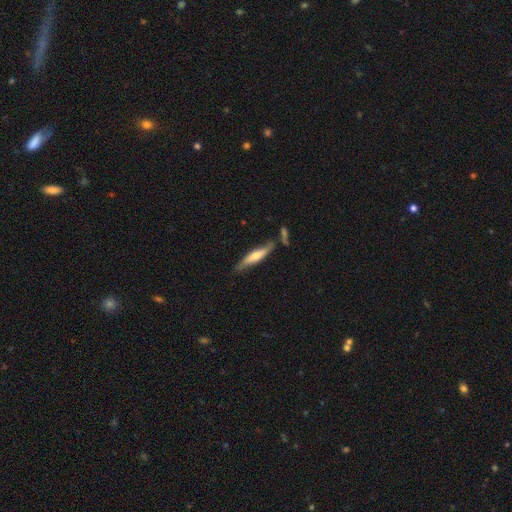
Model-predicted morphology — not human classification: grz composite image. It shows a featured or disk galaxy (50%). Merging: none (64%).